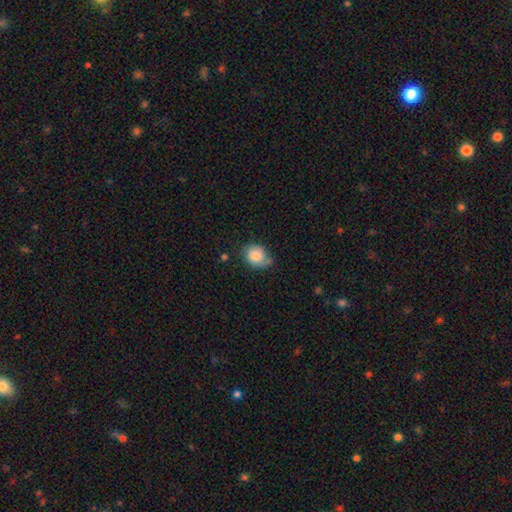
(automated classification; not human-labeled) Smooth or featured? smooth (83%)
How rounded? round (59%)
Merging? none (59%)